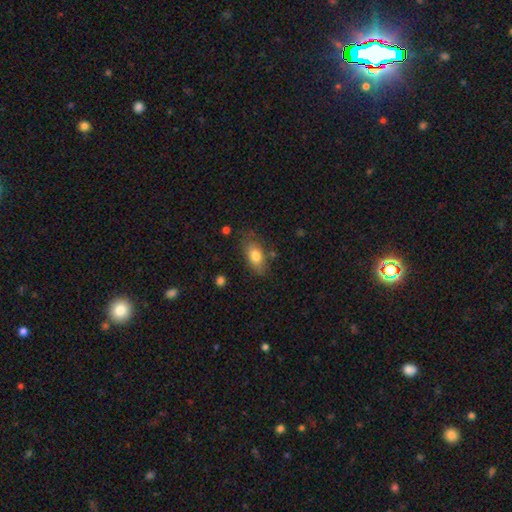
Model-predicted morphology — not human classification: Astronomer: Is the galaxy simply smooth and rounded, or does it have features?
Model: smooth — 78%.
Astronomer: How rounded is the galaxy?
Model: in between — 85%.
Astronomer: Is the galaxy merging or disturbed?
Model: none — 71%.